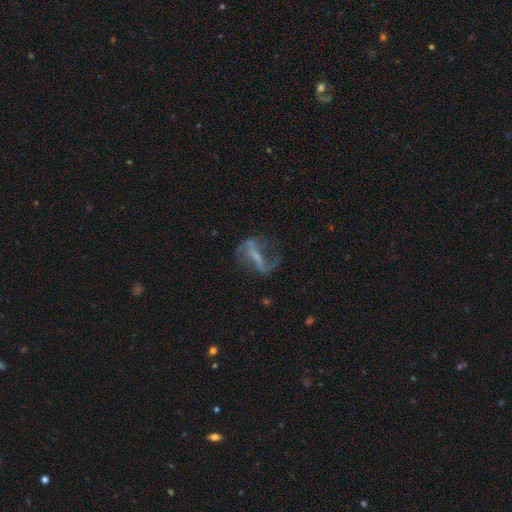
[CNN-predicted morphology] Overall: featured or disk (73%). Edge-on disk: no (89%). Bar: strong (56%; weak 28%). Spiral arms: yes (75%). Bulge size: small (39%; none 38%). Merging: none (52%; major disturbance 26%).